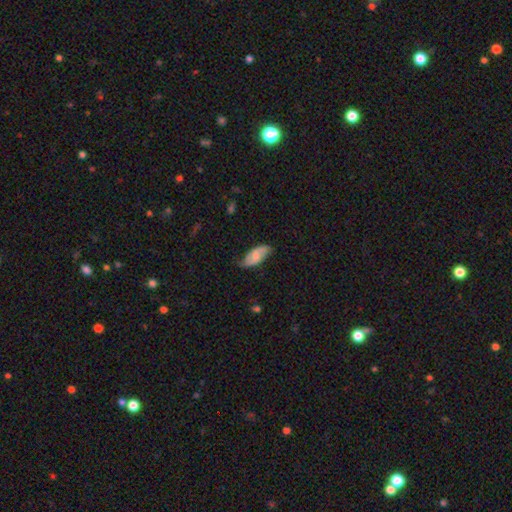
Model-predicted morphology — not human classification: smooth-or-featured: smooth: 49% | featured or disk: 44% | star or artifact: 6%
  merging: none: 70% | minor disturbance: 24% | major disturbance: 5% | merger: 1%